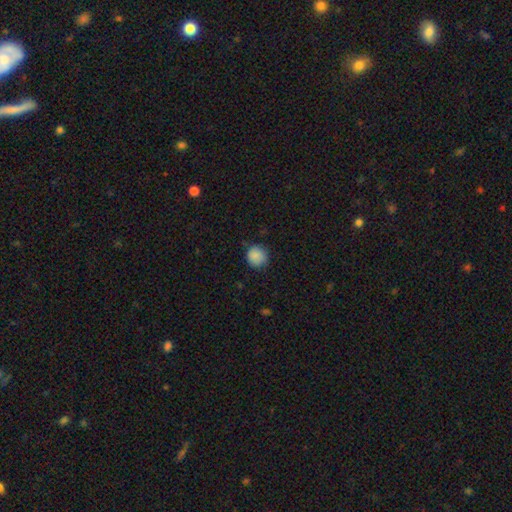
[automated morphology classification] A smooth galaxy with no disk features (87%) that is round (92%). Merging: none (78%).